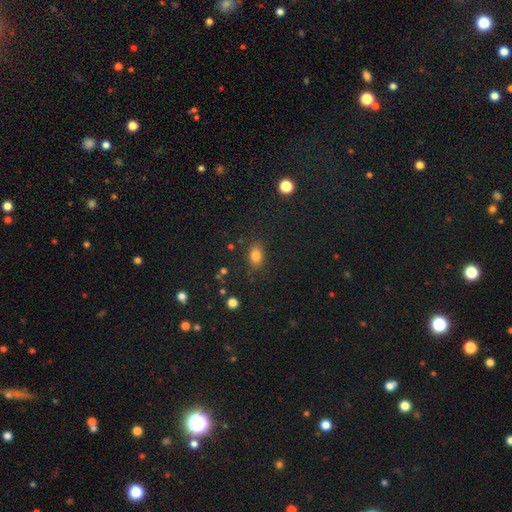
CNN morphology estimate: type=smooth (81%); roundness=in between (77%); merging=none (83%).